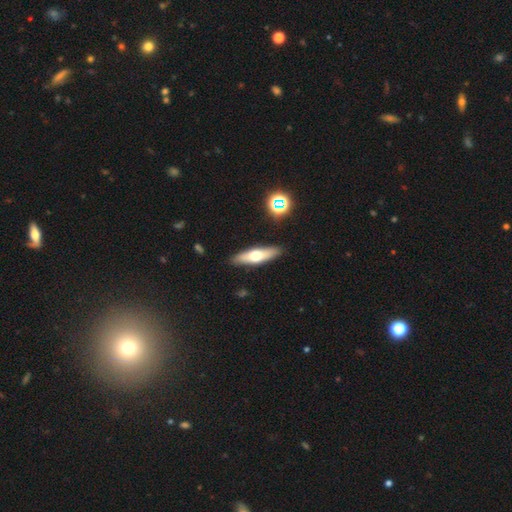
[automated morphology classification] Smooth or featured? smooth (53%)
How rounded? cigar-shaped (64%)
Merging? none (89%)